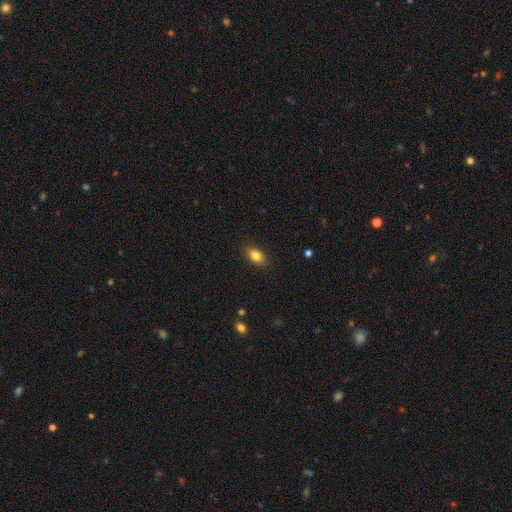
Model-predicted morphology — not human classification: Overall: smooth (85%). How rounded: in between (87%). Merging: none (88%).